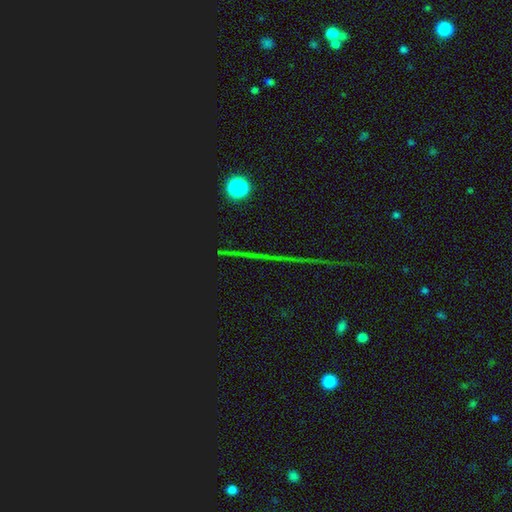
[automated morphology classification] Smooth or featured? Predicted: star or artifact (p=0.84).